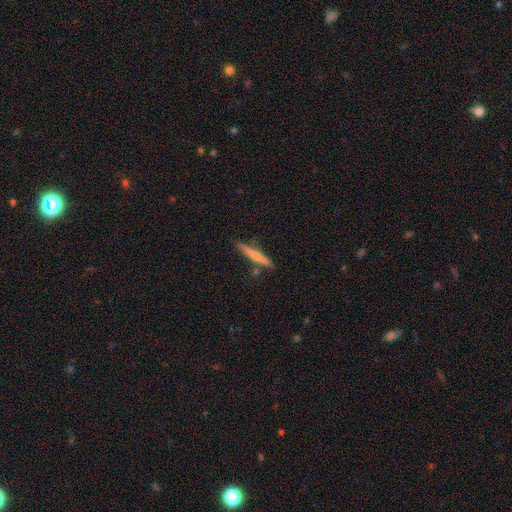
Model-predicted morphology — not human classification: Overall: smooth (61%; featured or disk 34%). How rounded: cigar-shaped (94%). Merging: none (80%).